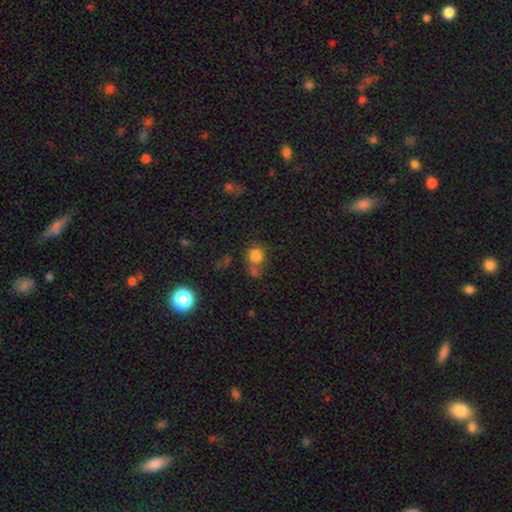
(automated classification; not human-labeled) smooth-or-featured: smooth: 80% | star or artifact: 13% | featured or disk: 7%
  how-rounded: round: 81% | in between: 18% | cigar-shaped: 1%
  merging: none: 49% | merger: 30% | minor disturbance: 14% | major disturbance: 7%